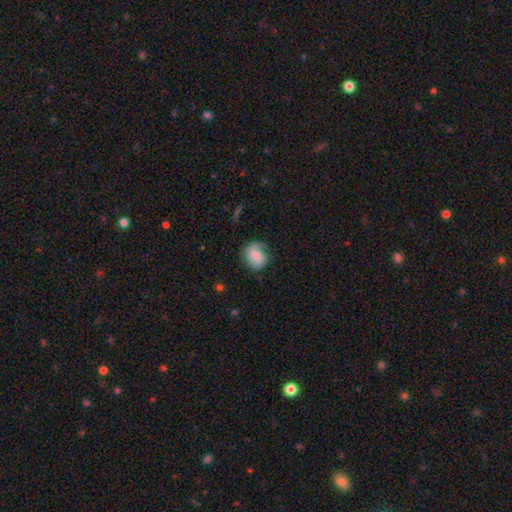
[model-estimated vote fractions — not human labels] The model was most divided on "smooth or featured": smooth: 58%, featured or disk: 34%, star or artifact: 8%. More confident: how rounded — round (71%); merging — none (64%).